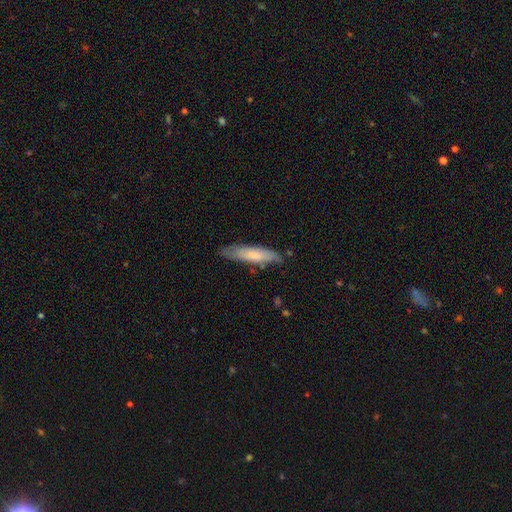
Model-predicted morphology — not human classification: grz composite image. It shows a smooth galaxy with no disk features (69%) that is cigar-shaped (74%). Merging: none (76%).